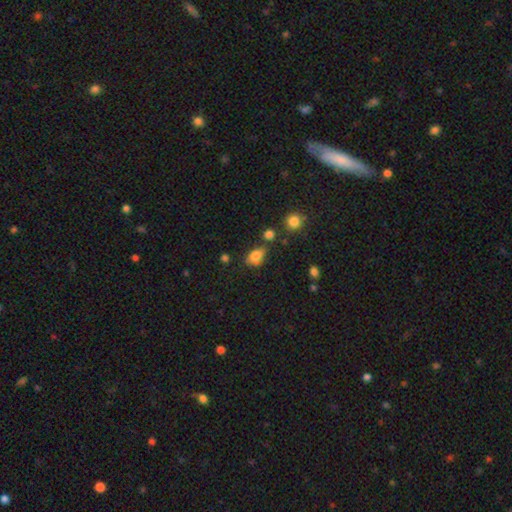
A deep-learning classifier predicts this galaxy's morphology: This is likely a smooth galaxy (80%). How rounded: clearly in between (83%). Merging: possibly none (54%).